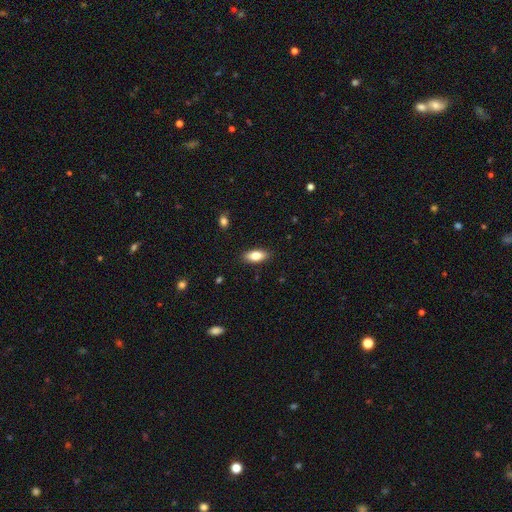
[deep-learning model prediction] A smooth galaxy with no disk features (79%) that is in between round and cigar-shaped (84%). Merging: none (88%).